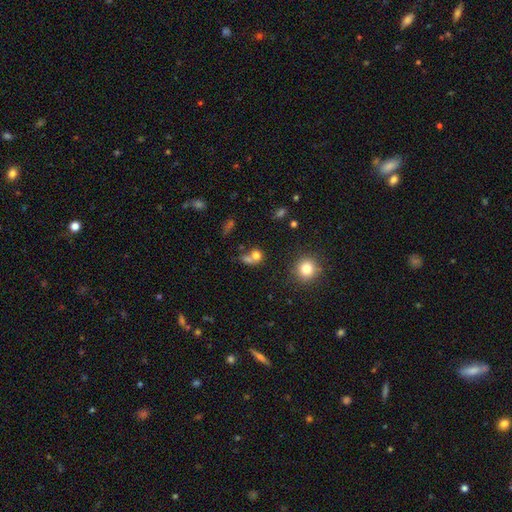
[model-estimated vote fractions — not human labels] smooth-or-featured: smooth: 72% | star or artifact: 15% | featured or disk: 13%
  how-rounded: round: 70% | in between: 28% | cigar-shaped: 2%
  merging: merger: 48% | none: 34% | minor disturbance: 9% | major disturbance: 8%